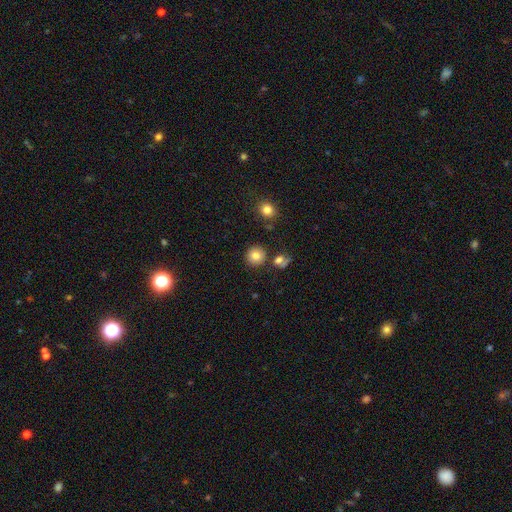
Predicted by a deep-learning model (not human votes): Smooth or featured? smooth (81%)
How rounded? round (92%)
Merging? none (85%)